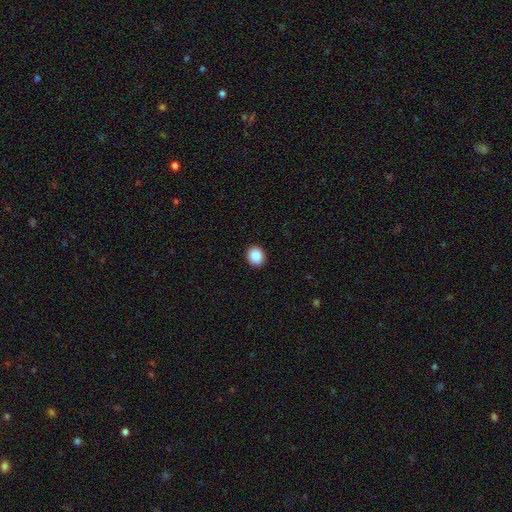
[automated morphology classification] Q: Smooth or featured?
A: smooth (90%); runner-up: star or artifact (8%)
Q: How rounded?
A: round (71%); runner-up: in between (28%)
Q: Merging?
A: none (92%); runner-up: minor disturbance (5%)